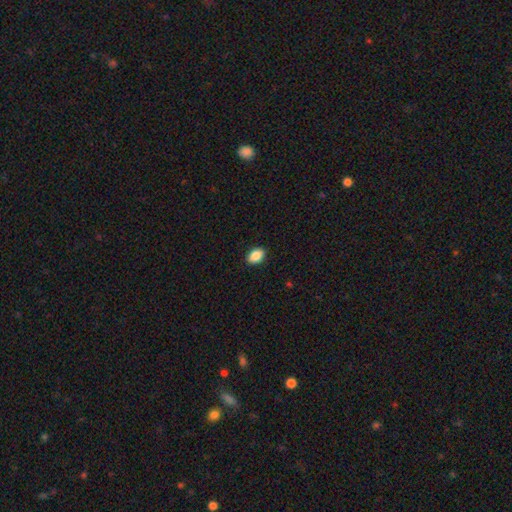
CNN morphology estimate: smooth 88%, star or artifact 8%, featured or disk 4%. Down the decision tree: how rounded — in between (86%); merging — none (90%).